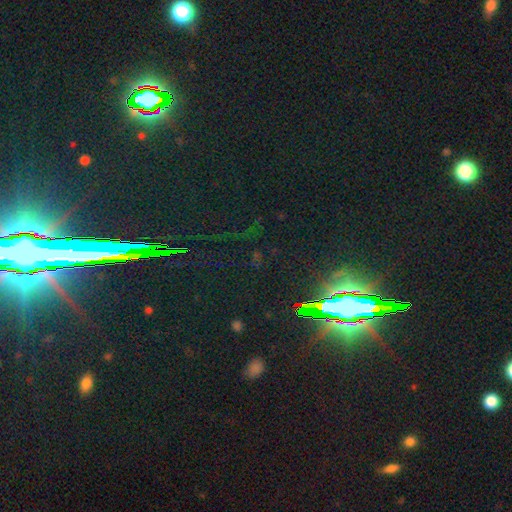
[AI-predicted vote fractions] Smooth or featured? Predicted: star or artifact (p=0.85).